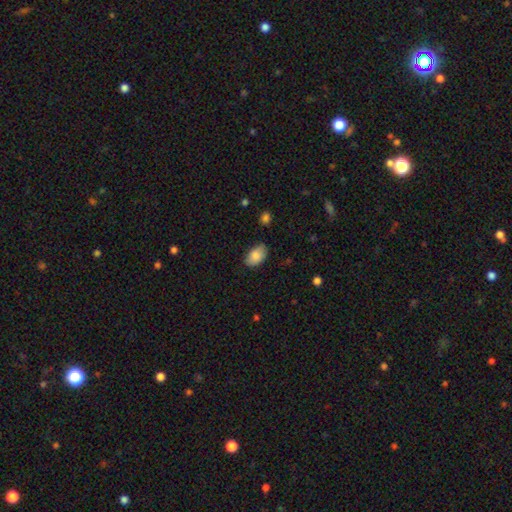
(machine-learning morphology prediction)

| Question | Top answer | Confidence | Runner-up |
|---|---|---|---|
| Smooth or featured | smooth | 85% | featured or disk (8%) |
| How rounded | in between | 91% | round (8%) |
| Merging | none | 77% | minor disturbance (18%) |